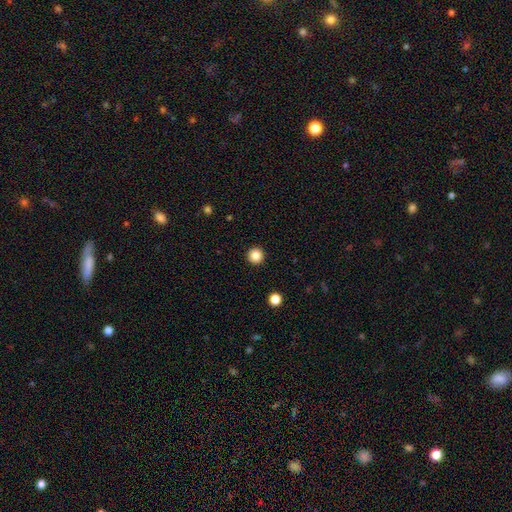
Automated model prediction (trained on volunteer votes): This is clearly a smooth galaxy (86%). How rounded: clearly round (96%). Merging: clearly none (94%).